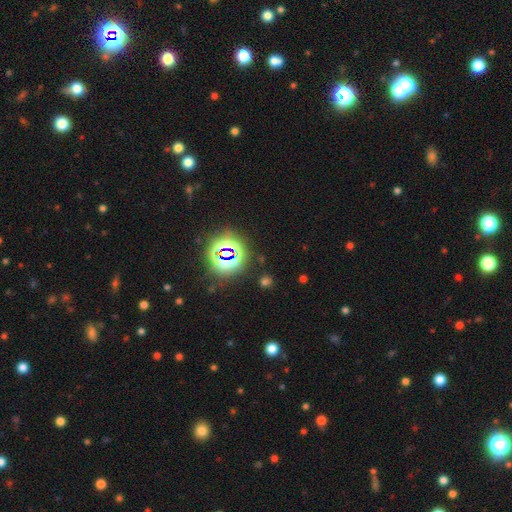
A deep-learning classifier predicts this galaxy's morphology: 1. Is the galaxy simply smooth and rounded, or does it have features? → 79% star or artifact, 14% smooth, 8% featured or disk.